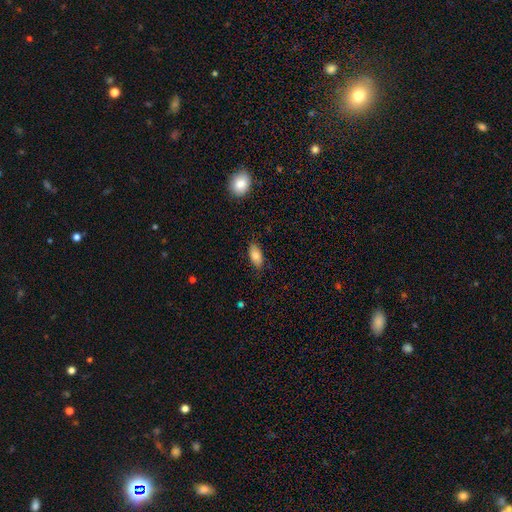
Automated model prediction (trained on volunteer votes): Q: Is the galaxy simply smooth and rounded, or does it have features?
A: smooth — 81%.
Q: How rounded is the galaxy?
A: in between — 89%.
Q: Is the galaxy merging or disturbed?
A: none — 83%.